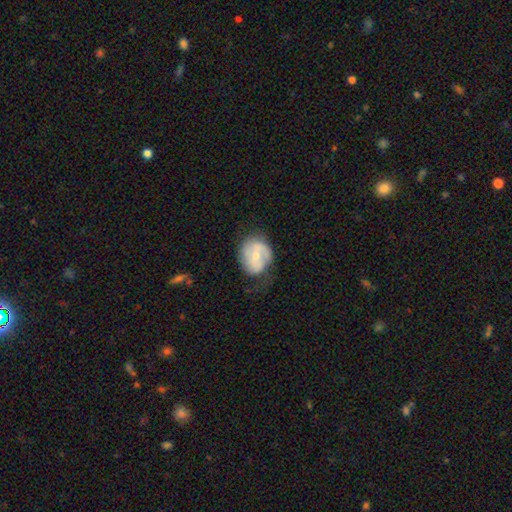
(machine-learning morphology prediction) The model was most divided on "bulge size": small: 50%, moderate: 45%, none: 2%, large: 2%, dominant: 1%. Remaining: edge-on disk — no (97%); spiral arms — yes (82%); smooth or featured — featured or disk (60%); merging — none (54%); bar — no (49%).